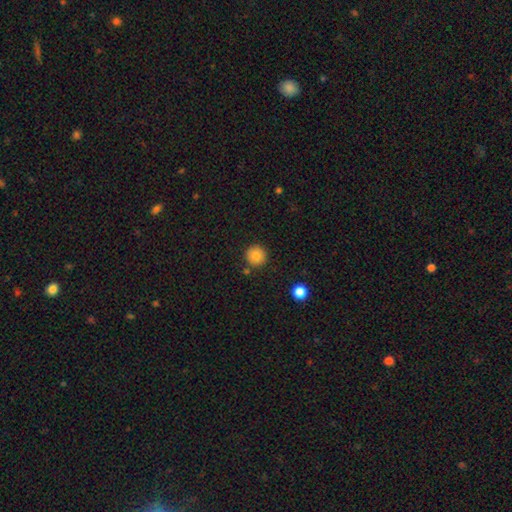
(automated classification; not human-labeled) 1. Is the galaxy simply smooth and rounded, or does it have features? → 84% smooth, 10% star or artifact, 6% featured or disk.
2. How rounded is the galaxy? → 96% round, 3% in between, 1% cigar-shaped.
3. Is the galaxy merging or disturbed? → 89% none, 6% minor disturbance, 3% merger, 2% major disturbance.